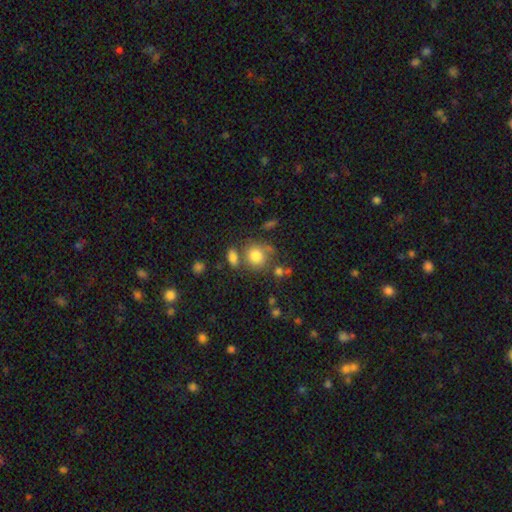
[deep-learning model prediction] The model was most divided on "merging": none: 58%, merger: 20%, minor disturbance: 15%, major disturbance: 7%. More confident: smooth or featured — smooth (79%); how rounded — round (77%).